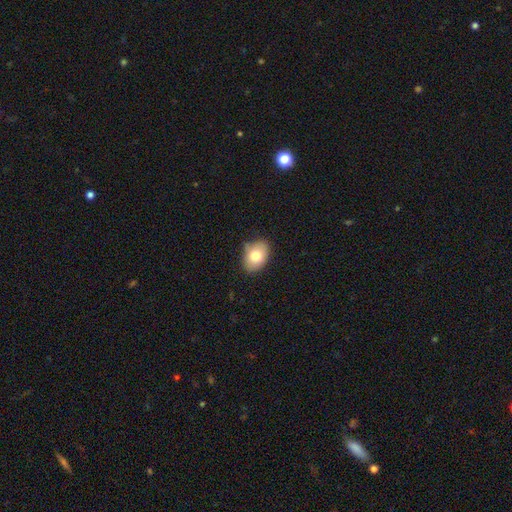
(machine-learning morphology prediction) smooth-or-featured: smooth: 76% | featured or disk: 15% | star or artifact: 8%
  how-rounded: in between: 77% | round: 22% | cigar-shaped: 1%
  merging: none: 74% | minor disturbance: 21% | major disturbance: 4% | merger: 2%